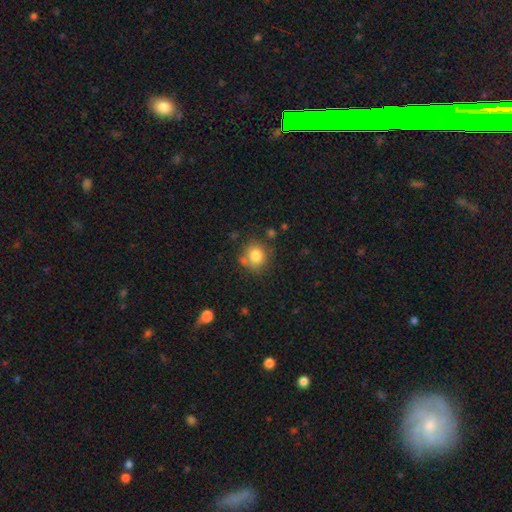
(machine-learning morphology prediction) Overall: smooth (80%). How rounded: round (84%). Merging: none (72%).